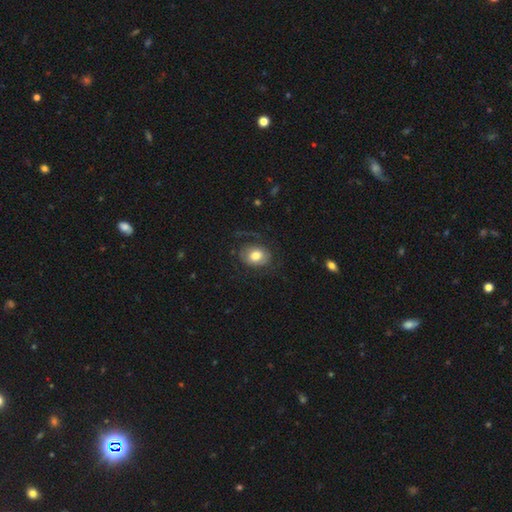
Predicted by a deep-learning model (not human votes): Overall: smooth (65%; featured or disk 27%). How rounded: in between (56%; round 43%). Merging: none (64%).